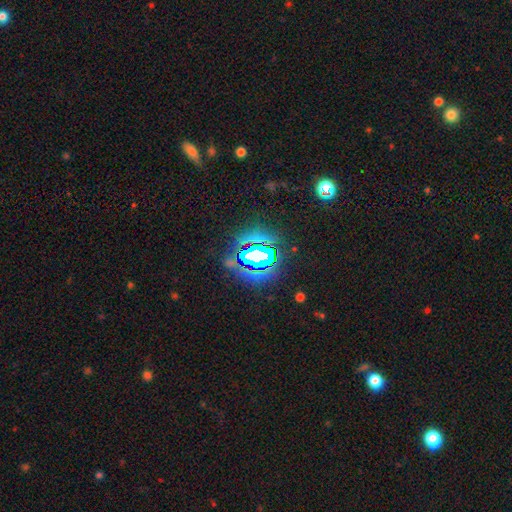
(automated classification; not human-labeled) A star or artifact, not a galaxy (75%).

Vote fractions:
- Smooth or featured? star or artifact: 75% / smooth: 14% / featured or disk: 11%